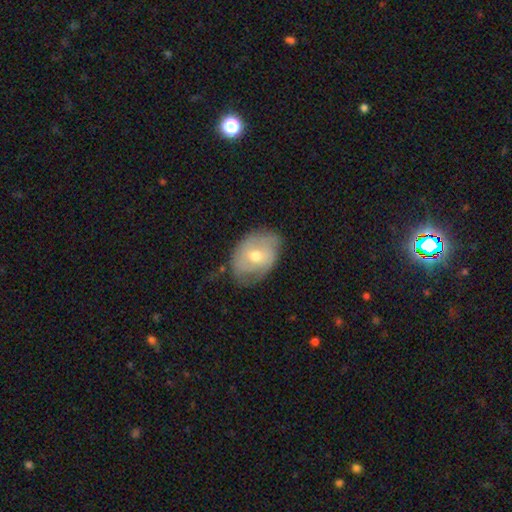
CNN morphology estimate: Overall: featured or disk (47%; smooth 46%). Merging: none (61%; minor disturbance 29%).